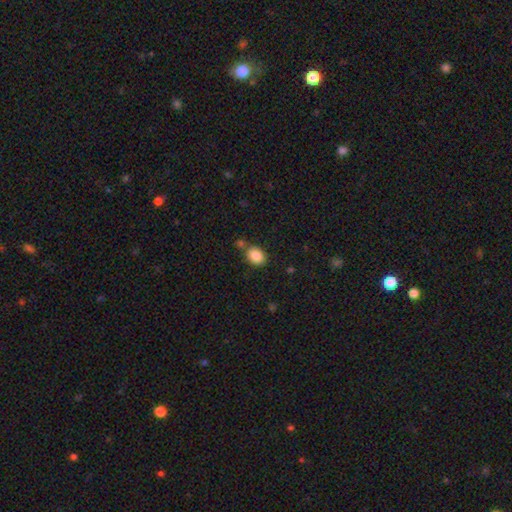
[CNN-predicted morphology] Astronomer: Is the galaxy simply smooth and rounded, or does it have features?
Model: smooth — 87%.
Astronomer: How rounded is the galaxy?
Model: in between — 67%.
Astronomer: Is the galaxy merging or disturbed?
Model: none — 70%.